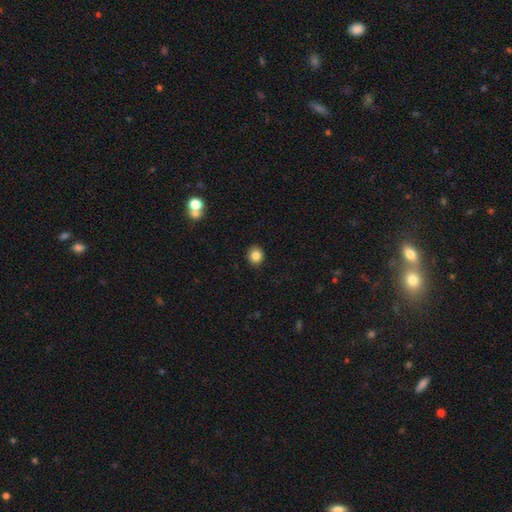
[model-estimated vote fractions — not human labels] A smooth galaxy with no disk features (84%) that is round (78%).

Vote fractions:
- Smooth or featured? smooth: 84% / star or artifact: 10% / featured or disk: 5%
- How rounded? round: 78% / in between: 21% / cigar-shaped: 1%
- Merging? none: 90% / minor disturbance: 7% / major disturbance: 2% / merger: 1%